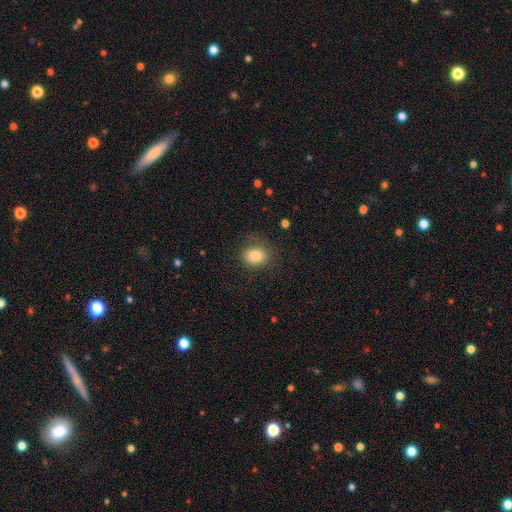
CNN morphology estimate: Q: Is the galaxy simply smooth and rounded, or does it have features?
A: smooth — 83%.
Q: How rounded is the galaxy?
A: round — 60%.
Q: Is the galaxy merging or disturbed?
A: none — 75%.